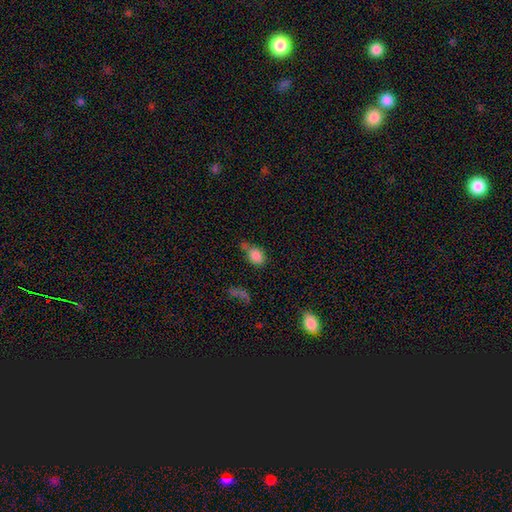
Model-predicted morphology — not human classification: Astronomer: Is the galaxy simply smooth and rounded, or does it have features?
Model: smooth — 81%.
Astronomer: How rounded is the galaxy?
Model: in between — 70%.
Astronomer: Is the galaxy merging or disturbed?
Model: none — 41% (runner-up: minor disturbance, 27%).